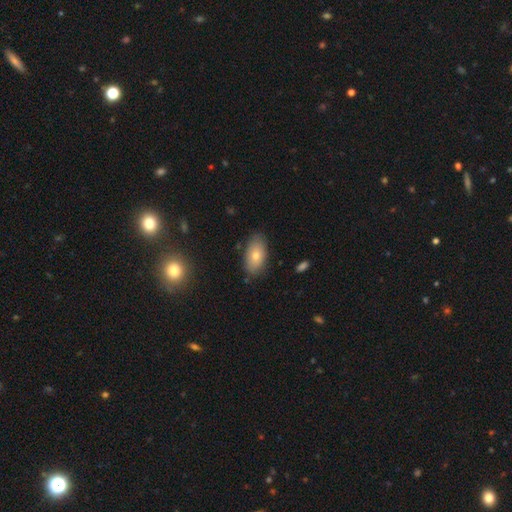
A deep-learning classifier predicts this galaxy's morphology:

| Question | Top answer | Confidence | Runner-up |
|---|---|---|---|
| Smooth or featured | smooth | 71% | featured or disk (20%) |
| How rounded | in between | 91% | round (5%) |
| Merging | none | 83% | minor disturbance (13%) |